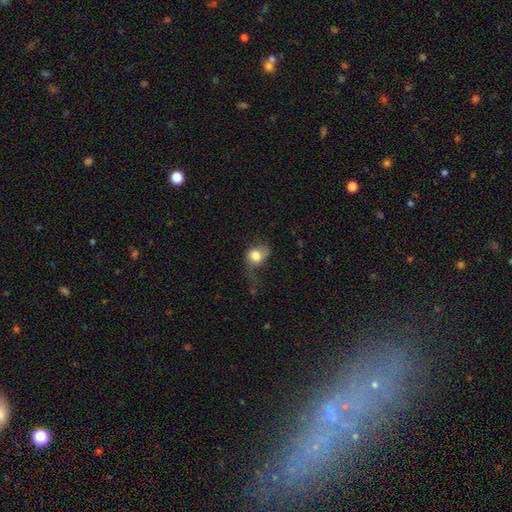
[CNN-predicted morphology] smooth_or_featured: smooth (p=0.71) [alt: featured or disk p=0.21]
how_rounded: round (p=0.59) [alt: in between p=0.40]
merging: major disturbance (p=0.36) [alt: none p=0.31]